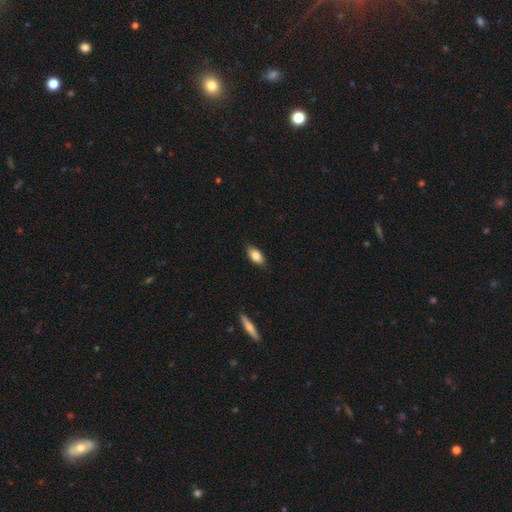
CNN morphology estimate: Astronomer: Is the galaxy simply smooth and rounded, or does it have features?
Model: smooth — 84%.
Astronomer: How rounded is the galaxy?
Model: in between — 90%.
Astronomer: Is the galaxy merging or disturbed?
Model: none — 86%.